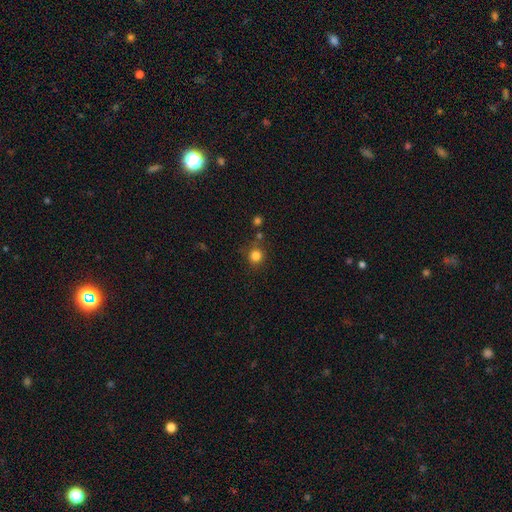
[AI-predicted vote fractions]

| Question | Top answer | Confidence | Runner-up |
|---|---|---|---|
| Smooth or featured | smooth | 82% | star or artifact (13%) |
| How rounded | round | 90% | in between (9%) |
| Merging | none | 79% | minor disturbance (11%) |